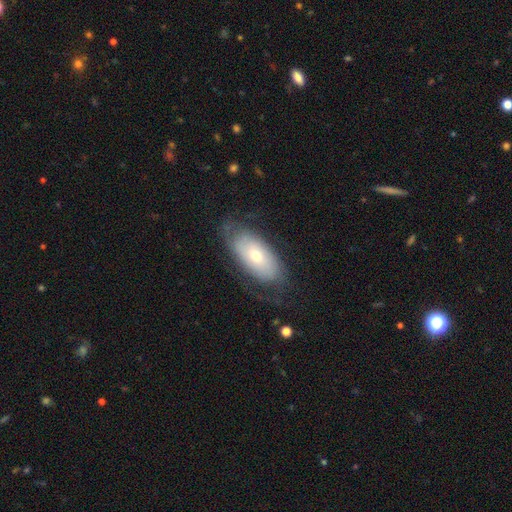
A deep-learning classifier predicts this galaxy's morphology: smooth-or-featured: featured or disk: 47% | smooth: 46% | star or artifact: 7%
  merging: none: 66% | minor disturbance: 22% | major disturbance: 12% | merger: 1%